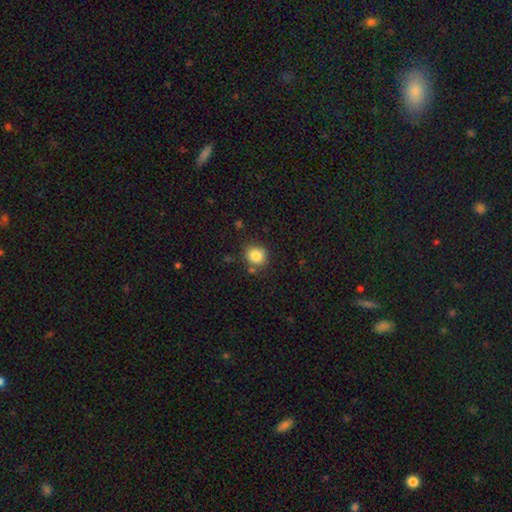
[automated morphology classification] This is clearly a smooth galaxy (84%). How rounded: clearly round (81%). Merging: likely none (79%).